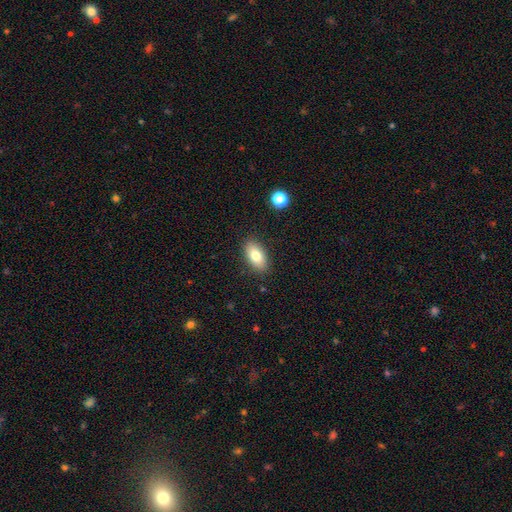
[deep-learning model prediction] Smooth or featured? Predicted: smooth (p=0.78). How rounded? Predicted: in between (p=0.91). Merging? Predicted: none (p=0.87).